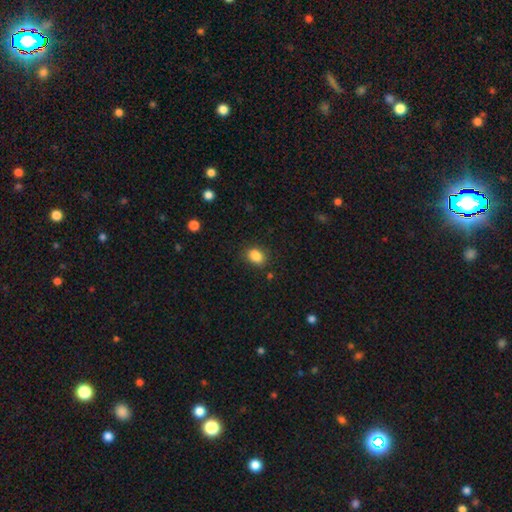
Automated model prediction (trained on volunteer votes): Morphology: type=smooth (86%); roundness=in between (72%); merging=none (82%).